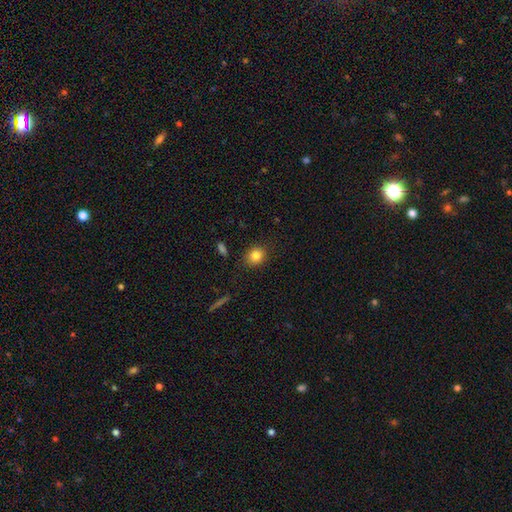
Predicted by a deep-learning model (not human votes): This appears to be a smooth galaxy with no disk features (82%) that is round (69%). Merging: none (86%).